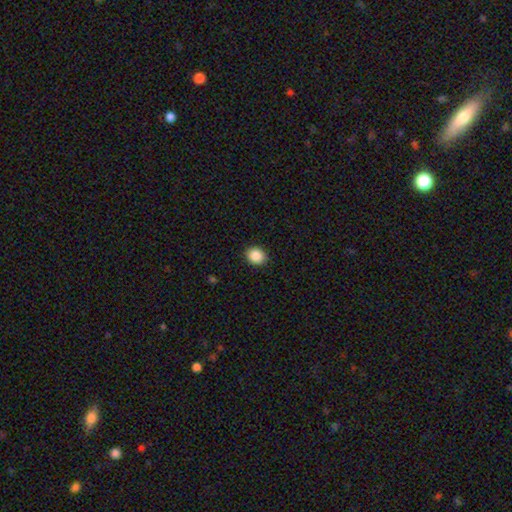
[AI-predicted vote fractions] smooth_or_featured: smooth (p=0.88) [alt: star or artifact p=0.09]
how_rounded: round (p=0.65) [alt: in between p=0.34]
merging: none (p=0.90) [alt: minor disturbance p=0.07]